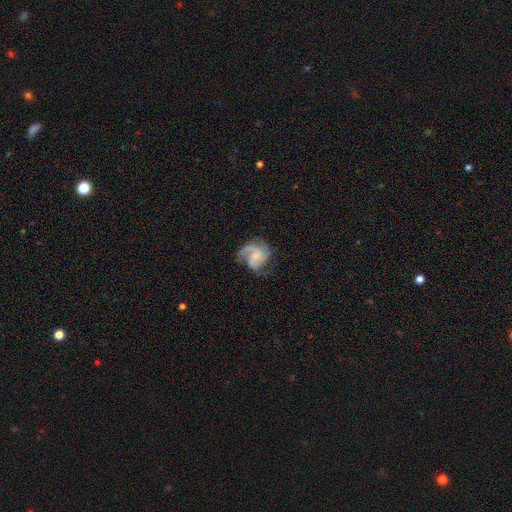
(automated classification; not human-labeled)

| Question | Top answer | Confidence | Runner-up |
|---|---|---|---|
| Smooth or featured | featured or disk | 81% | smooth (13%) |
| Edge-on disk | no | 98% | yes (2%) |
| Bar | no | 46% | weak (44%) |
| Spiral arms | yes | 95% | no (5%) |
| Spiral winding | medium | 51% | tight (25%) |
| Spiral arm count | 2 | 46% | 3 (25%) |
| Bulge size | small | 50% | none (23%) |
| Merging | none | 54% | minor disturbance (22%) |